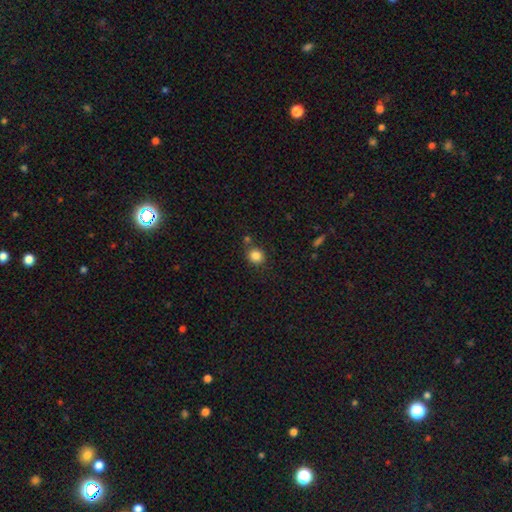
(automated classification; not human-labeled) smooth_or_featured: smooth (p=0.85) [alt: star or artifact p=0.10]
how_rounded: round (p=0.84) [alt: in between p=0.15]
merging: none (p=0.75) [alt: merger p=0.11]